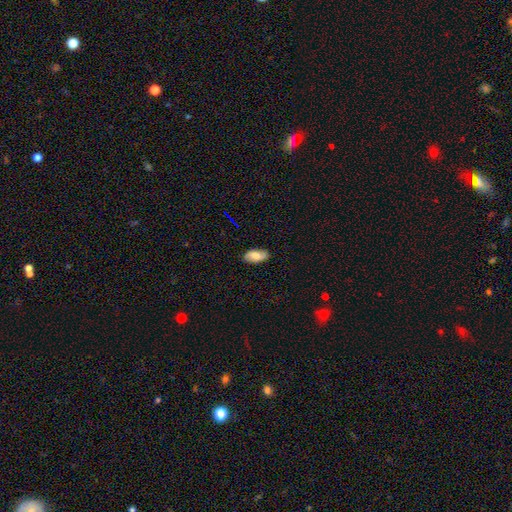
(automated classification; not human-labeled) smooth_or_featured: smooth (p=0.71) [alt: featured or disk p=0.22]
how_rounded: in between (p=0.92) [alt: cigar-shaped p=0.05]
merging: none (p=0.84) [alt: minor disturbance p=0.12]